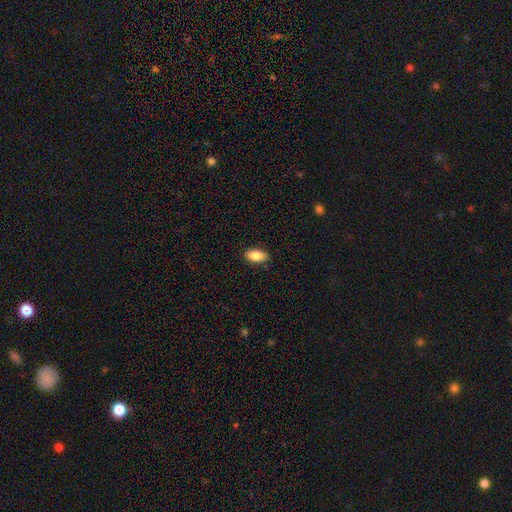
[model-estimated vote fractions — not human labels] smooth 84%, featured or disk 9%, star or artifact 7%. Down the decision tree: how rounded — in between (89%); merging — none (88%).